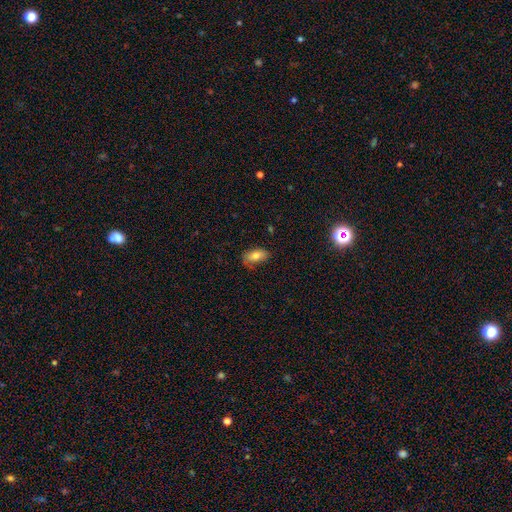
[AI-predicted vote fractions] Smooth or featured: smooth — 78% (featured or disk — 14%)
How rounded: in between — 90% (cigar-shaped — 6%)
Merging: none — 67% (minor disturbance — 25%)